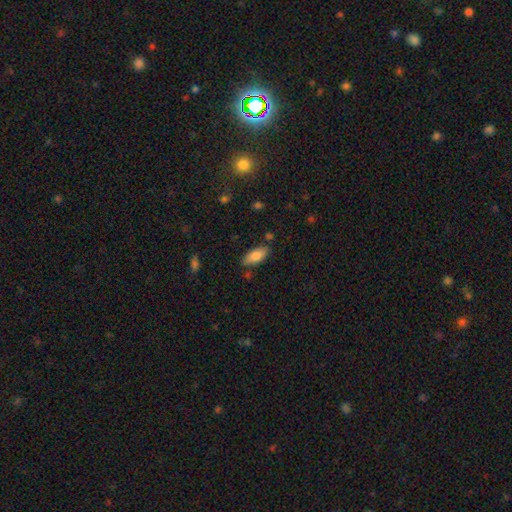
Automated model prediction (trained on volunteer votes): This is clearly a smooth galaxy (83%). How rounded: clearly in between (86%). Merging: likely none (79%).